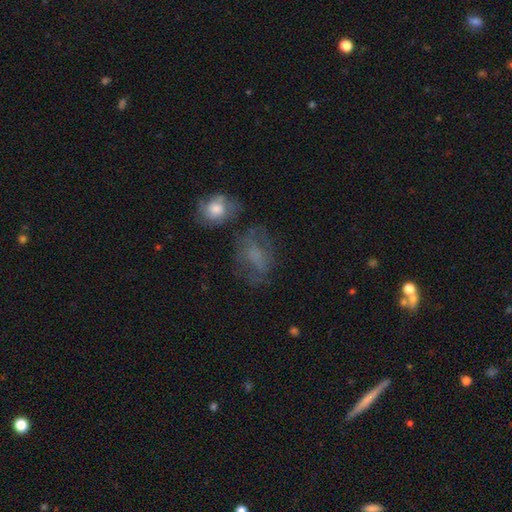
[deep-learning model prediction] Smooth or featured? smooth (46%)
Merging? none (51%)